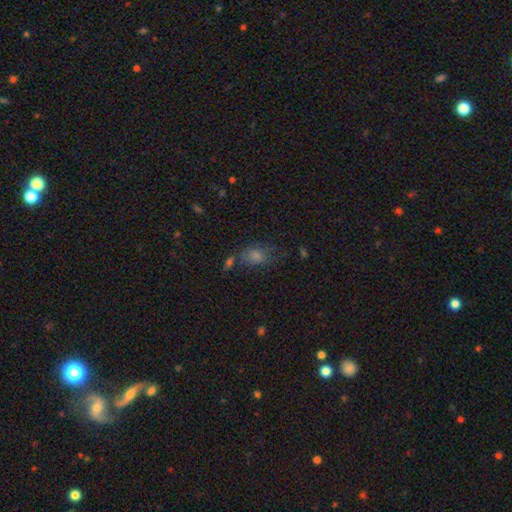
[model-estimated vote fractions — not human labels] Smooth or featured? Predicted: smooth (p=0.59). How rounded? Predicted: in between (p=0.69). Merging? Predicted: none (p=0.59).